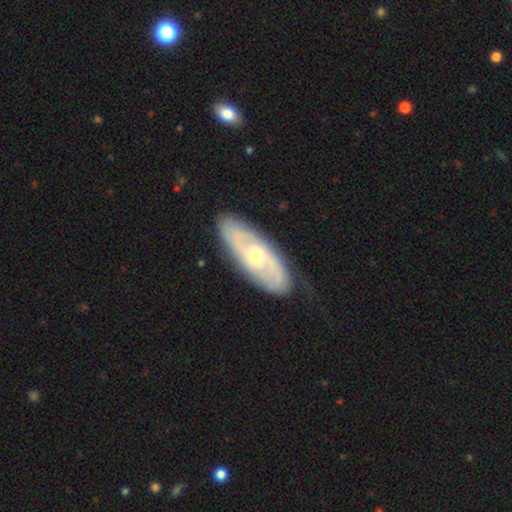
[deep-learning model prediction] Smooth or featured?
  - featured or disk: 73% *
  - smooth: 22%
  - star or artifact: 5%
Edge-on disk?
  - no: 87% *
  - yes: 13%
Bar?
  - no: 60% *
  - weak: 33%
  - strong: 7%
Spiral arms?
  - yes: 85% *
  - no: 15%
Spiral winding?
  - tight: 50% *
  - medium: 36%
  - loose: 14%
Spiral arm count?
  - 2: 51% *
  - can't tell: 34%
  - 3: 6%
  - 1: 3%
  - 4: 3%
  - more than 4: 2%
Bulge size?
  - moderate: 64% *
  - small: 29%
  - large: 4%
  - none: 1%
  - dominant: 1%
Merging?
  - none: 83% *
  - minor disturbance: 13%
  - major disturbance: 3%
  - merger: 1%